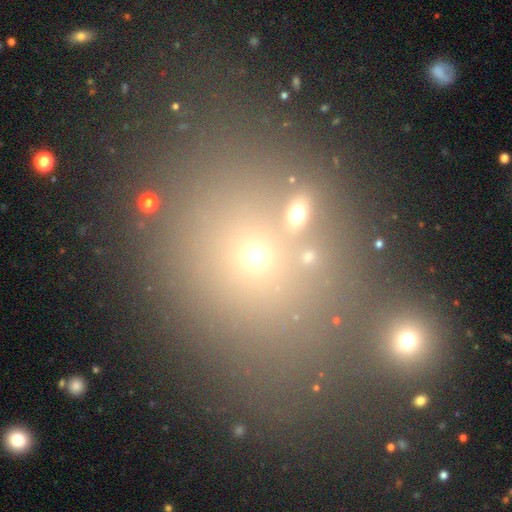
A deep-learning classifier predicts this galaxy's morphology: Overall: smooth (50%; star or artifact 37%). Merging: none (69%).